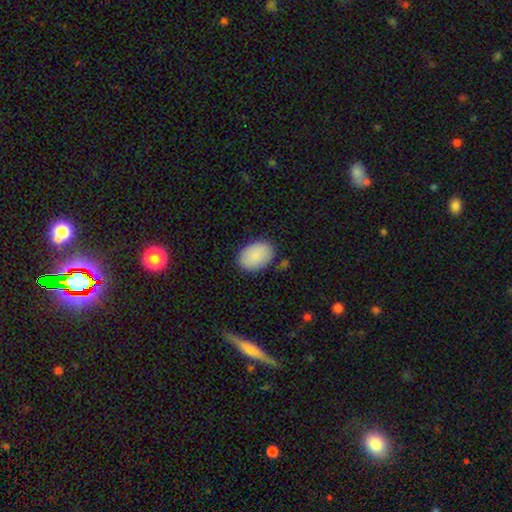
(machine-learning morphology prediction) Smooth or featured?
  - smooth: 89% *
  - star or artifact: 6%
  - featured or disk: 5%
How rounded?
  - in between: 86% *
  - round: 13%
  - cigar-shaped: 1%
Merging?
  - none: 84% *
  - minor disturbance: 11%
  - major disturbance: 3%
  - merger: 2%